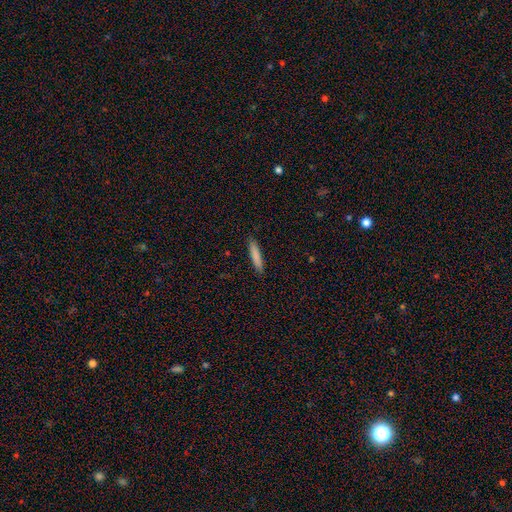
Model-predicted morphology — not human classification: smooth 82%, featured or disk 11%, star or artifact 6%. Down the decision tree: how rounded — cigar-shaped (88%); merging — none (89%).